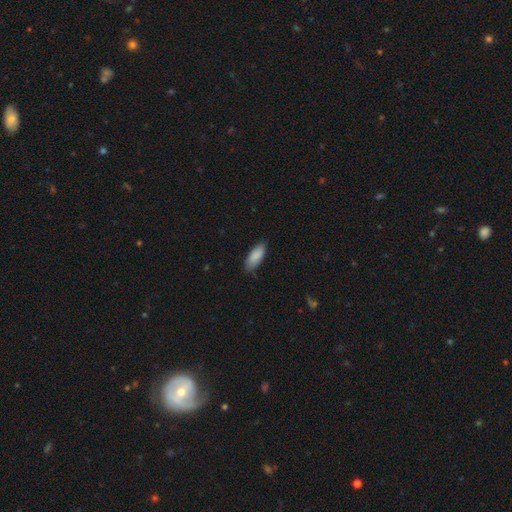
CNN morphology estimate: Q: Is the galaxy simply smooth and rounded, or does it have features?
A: smooth — 89%.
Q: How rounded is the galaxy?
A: in between — 80%.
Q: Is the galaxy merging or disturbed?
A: none — 80%.